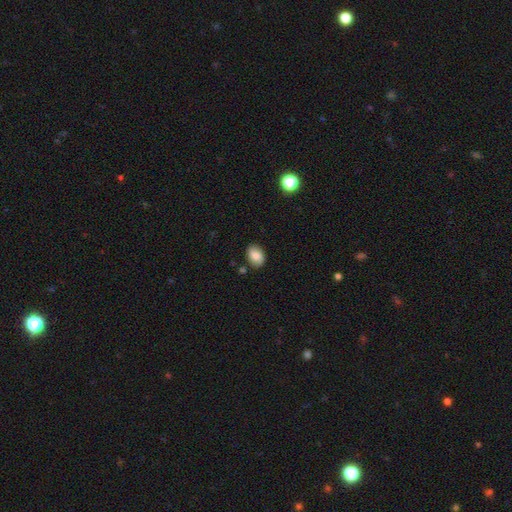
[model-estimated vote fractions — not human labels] The model was most divided on "how rounded": in between: 80%, round: 18%, cigar-shaped: 1%. More confident: merging — none (82%); smooth or featured — smooth (80%).